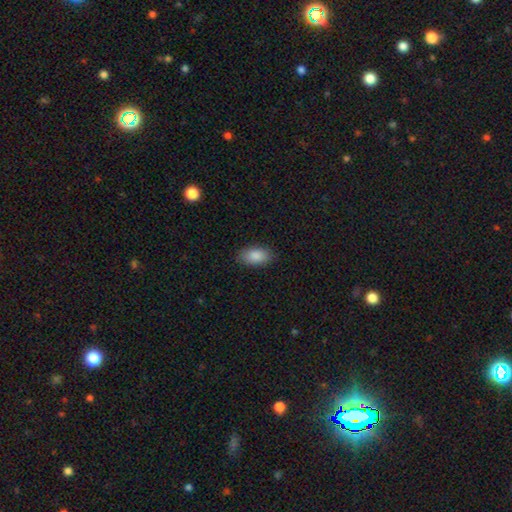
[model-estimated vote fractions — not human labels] Smooth or featured? smooth (88%)
How rounded? in between (93%)
Merging? none (86%)